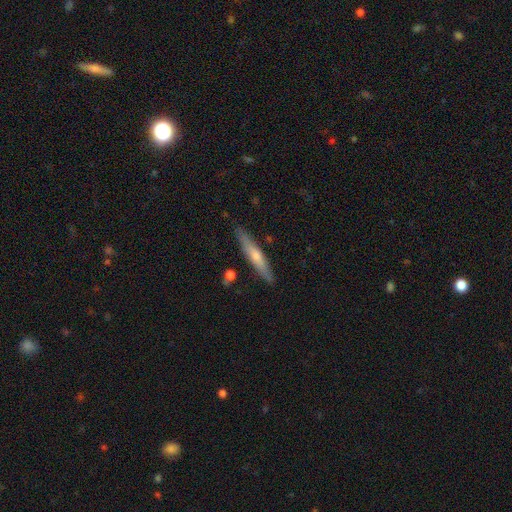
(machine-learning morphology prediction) This appears to be a smooth galaxy with no disk features (47%, tied with featured or disk). Merging: none (86%).